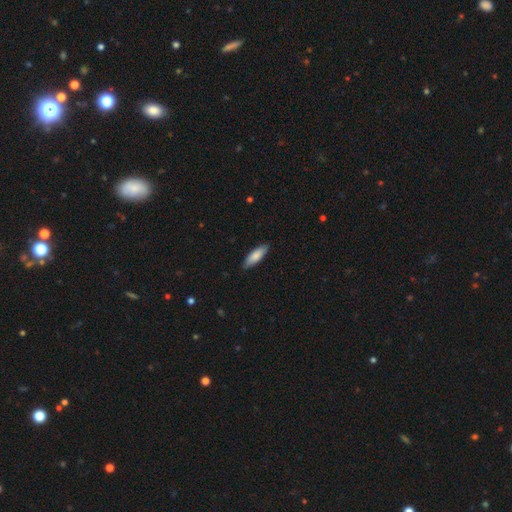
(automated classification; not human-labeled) A smooth galaxy with no disk features (83%) that is in between round and cigar-shaped (54%). Merging: none (85%).